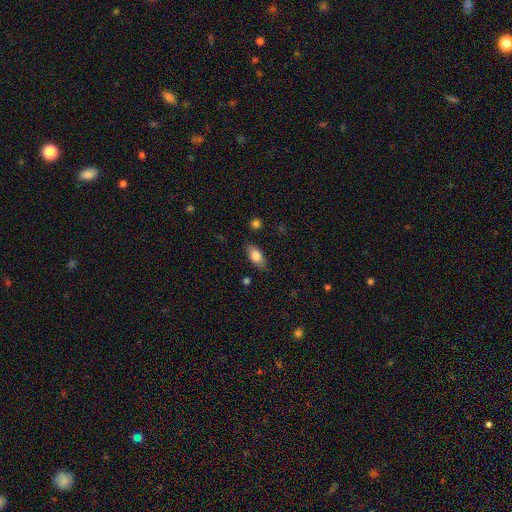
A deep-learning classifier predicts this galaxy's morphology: A smooth galaxy with no disk features (79%) that is in between round and cigar-shaped (86%).

Vote fractions:
- Smooth or featured? smooth: 79% / featured or disk: 13% / star or artifact: 7%
- How rounded? in between: 86% / cigar-shaped: 9% / round: 5%
- Merging? none: 81% / minor disturbance: 14% / major disturbance: 3% / merger: 2%